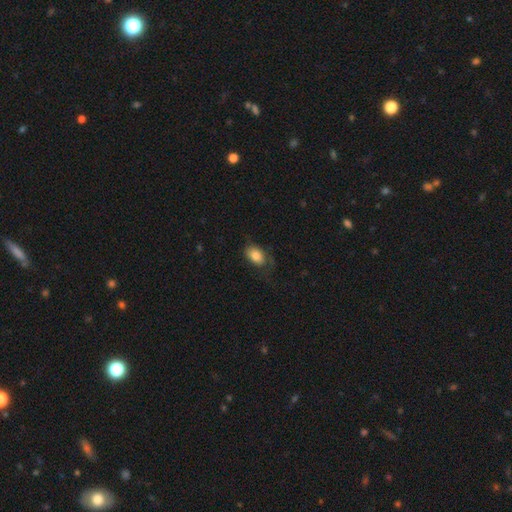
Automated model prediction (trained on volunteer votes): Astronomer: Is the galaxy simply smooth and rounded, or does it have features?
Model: smooth — 80%.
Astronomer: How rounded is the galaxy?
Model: in between — 88%.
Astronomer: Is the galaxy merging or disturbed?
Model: none — 55%.